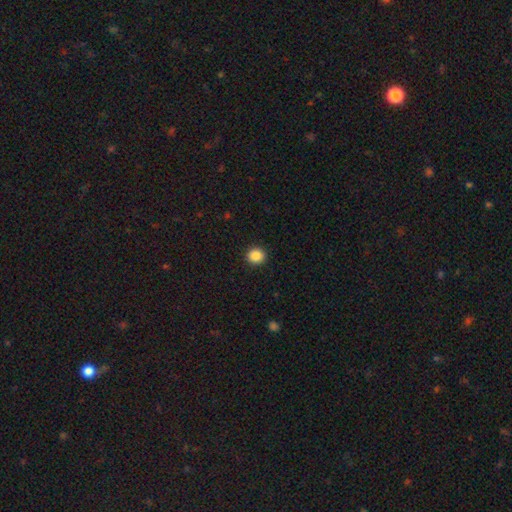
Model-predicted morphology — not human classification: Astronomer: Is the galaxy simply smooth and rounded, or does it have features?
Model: smooth — 87%.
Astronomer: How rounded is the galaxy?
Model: round — 88%.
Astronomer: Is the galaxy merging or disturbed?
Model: none — 93%.